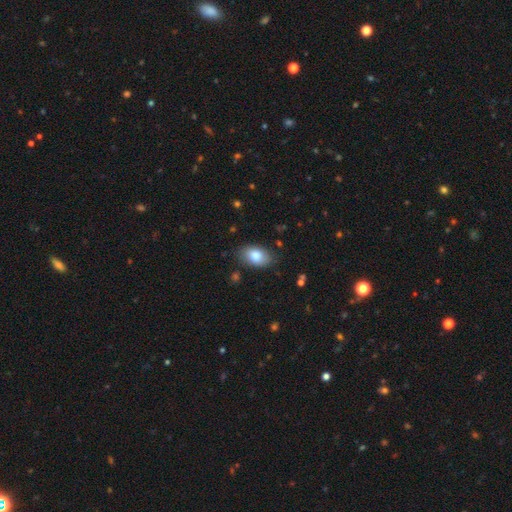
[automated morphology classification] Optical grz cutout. It shows a smooth galaxy with no disk features (82%) that is in between round and cigar-shaped (90%). Merging: none (80%).